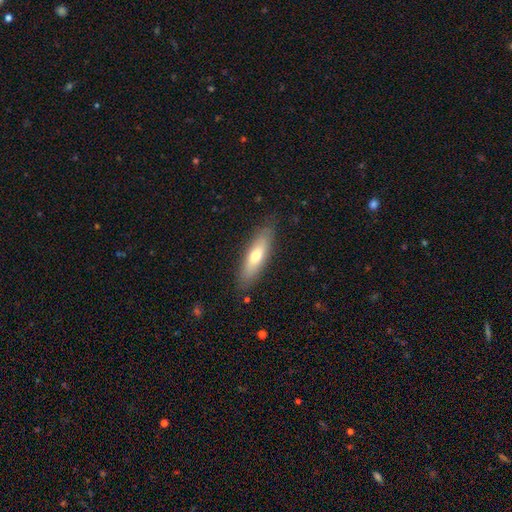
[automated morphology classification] Smooth or featured: smooth — 61% (featured or disk — 33%)
How rounded: cigar-shaped — 58% (in between — 40%)
Merging: none — 84% (minor disturbance — 12%)